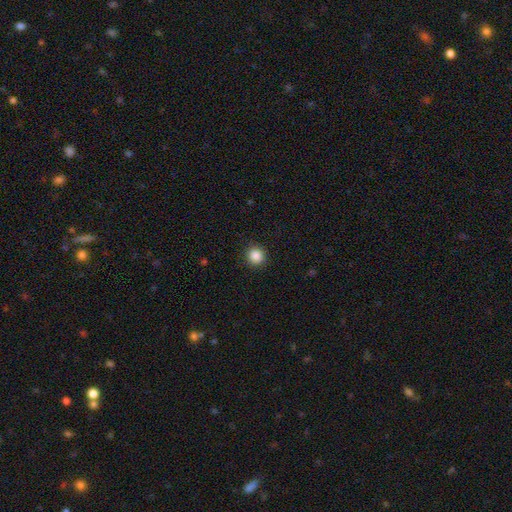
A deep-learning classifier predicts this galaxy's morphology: Smooth or featured?
  - smooth: 88% *
  - star or artifact: 10%
  - featured or disk: 3%
How rounded?
  - round: 90% *
  - in between: 9%
  - cigar-shaped: 1%
Merging?
  - none: 91% *
  - minor disturbance: 6%
  - major disturbance: 2%
  - merger: 1%